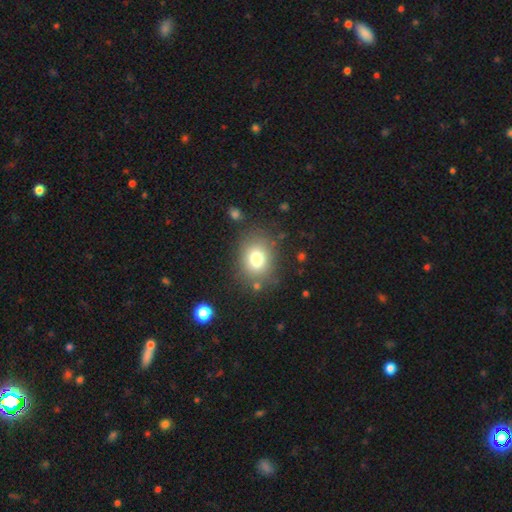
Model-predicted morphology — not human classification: type=smooth (72%); roundness=round (63%); merging=none (82%).